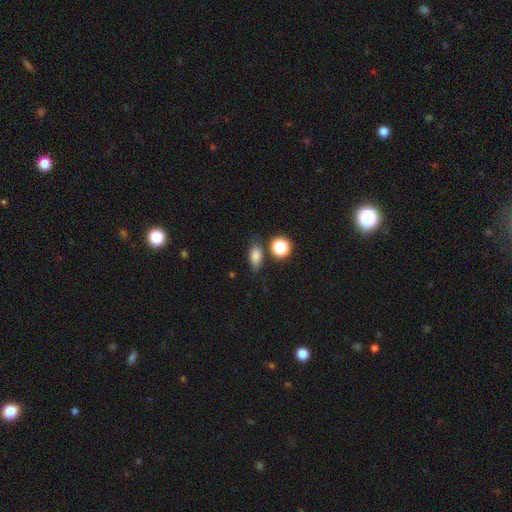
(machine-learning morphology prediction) A smooth galaxy with no disk features (81%) that is in between round and cigar-shaped (77%). Merging: none (73%).